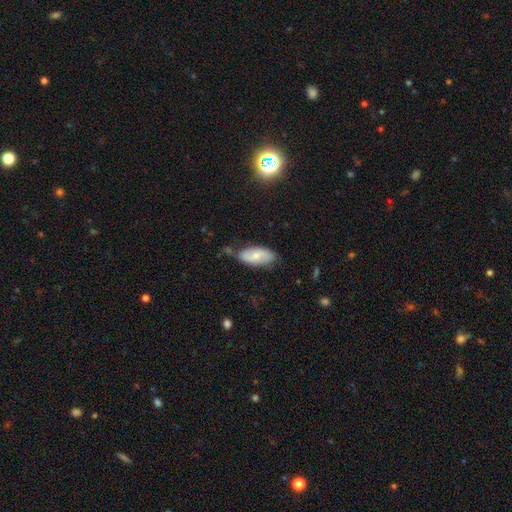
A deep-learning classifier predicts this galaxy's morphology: Smooth or featured? Predicted: smooth (p=0.61). How rounded? Predicted: in between (p=0.89). Merging? Predicted: none (p=0.61).